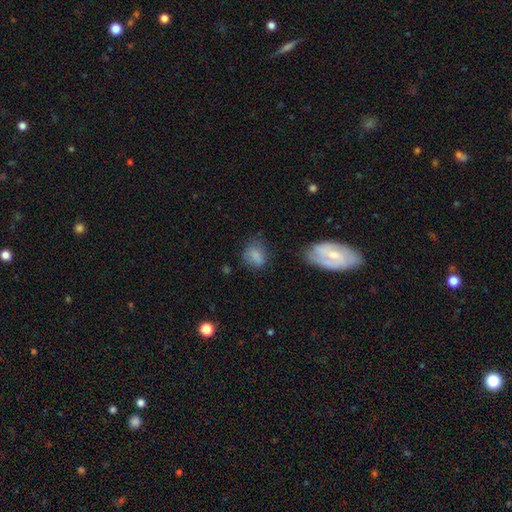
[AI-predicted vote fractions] Smooth or featured: smooth — 77% (featured or disk — 12%)
How rounded: in between — 53% (round — 46%)
Merging: none — 58% (minor disturbance — 26%)